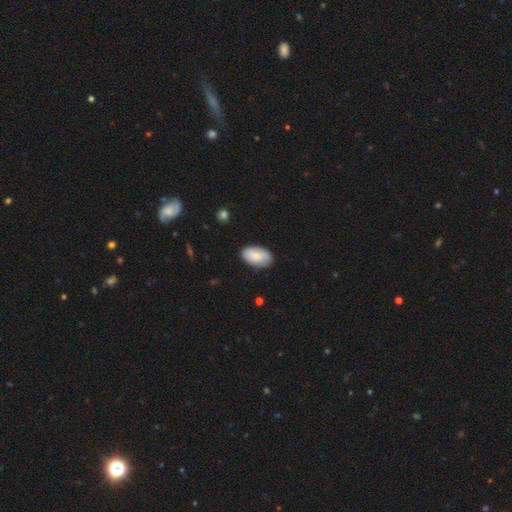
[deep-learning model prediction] Q: Smooth or featured?
A: smooth (82%); runner-up: featured or disk (12%)
Q: How rounded?
A: in between (95%); runner-up: round (4%)
Q: Merging?
A: none (81%); runner-up: minor disturbance (15%)